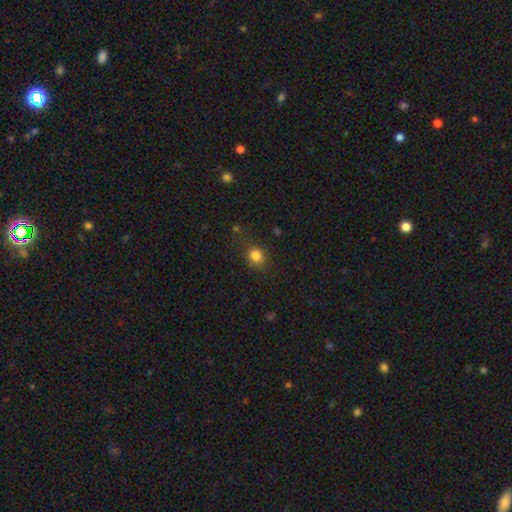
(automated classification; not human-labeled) Smooth or featured? smooth (82%)
How rounded? round (74%)
Merging? none (74%)